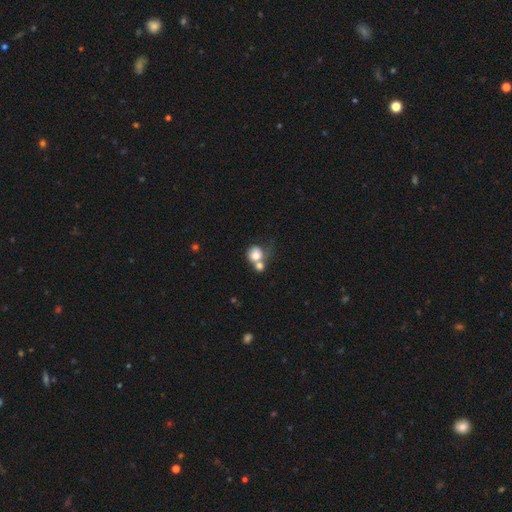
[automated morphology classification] Q: Smooth or featured?
A: smooth (74%); runner-up: featured or disk (17%)
Q: How rounded?
A: round (76%); runner-up: in between (23%)
Q: Merging?
A: merger (56%); runner-up: none (26%)